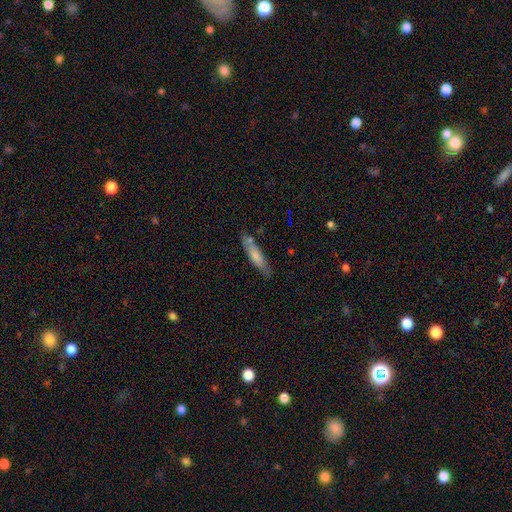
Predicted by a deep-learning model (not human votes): Q: Smooth or featured?
A: smooth (72%); runner-up: featured or disk (22%)
Q: How rounded?
A: cigar-shaped (76%); runner-up: in between (23%)
Q: Merging?
A: none (69%); runner-up: minor disturbance (19%)